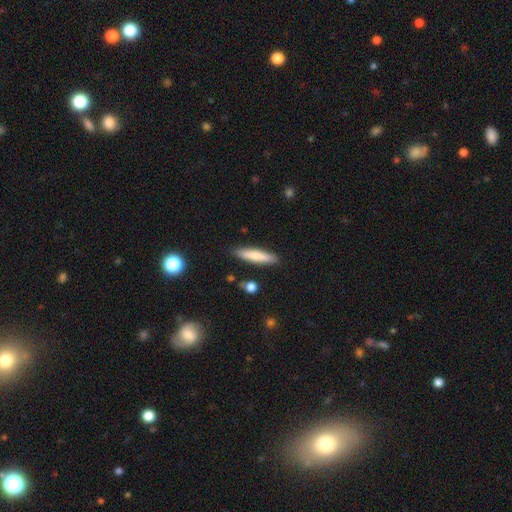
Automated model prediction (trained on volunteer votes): smooth-or-featured: smooth: 73% | featured or disk: 21% | star or artifact: 6%
  how-rounded: cigar-shaped: 84% | in between: 15% | round: 1%
  merging: none: 87% | minor disturbance: 9% | merger: 2% | major disturbance: 2%